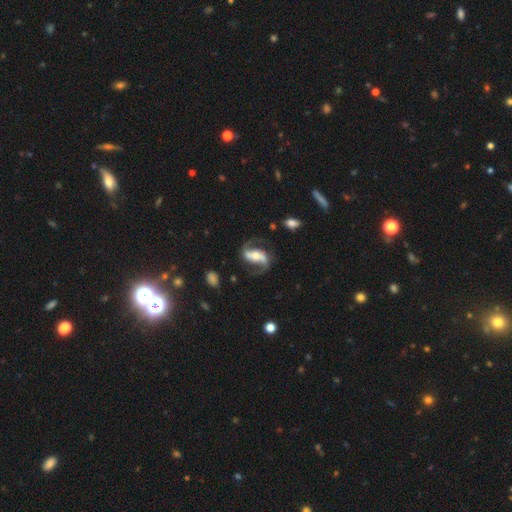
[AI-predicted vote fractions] A featured or disk galaxy (88%) with a strong bar (48%), 2 (93%) loose (46%) spiral arms (96%) and a moderate central bulge (62%).

Vote fractions:
- Smooth or featured? featured or disk: 88% / smooth: 7% / star or artifact: 5%
- Edge-on disk? no: 96% / yes: 4%
- Bar? strong: 48% / weak: 27% / no: 24%
- Spiral arms? yes: 96% / no: 4%
- Spiral winding? loose: 46% / medium: 43% / tight: 11%
- Spiral arm count? 2: 93% / 1: 2% / can't tell: 2% / 3: 1% / 4: 1% / more than 4: 1%
- Bulge size? moderate: 62% / small: 26% / large: 9% / none: 2% / dominant: 2%
- Merging? none: 77% / minor disturbance: 13% / major disturbance: 9% / merger: 2%